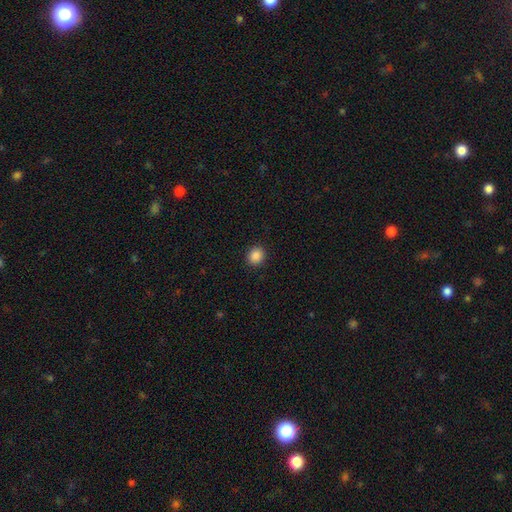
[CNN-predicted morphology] Smooth or featured? smooth (87%)
How rounded? round (81%)
Merging? none (92%)